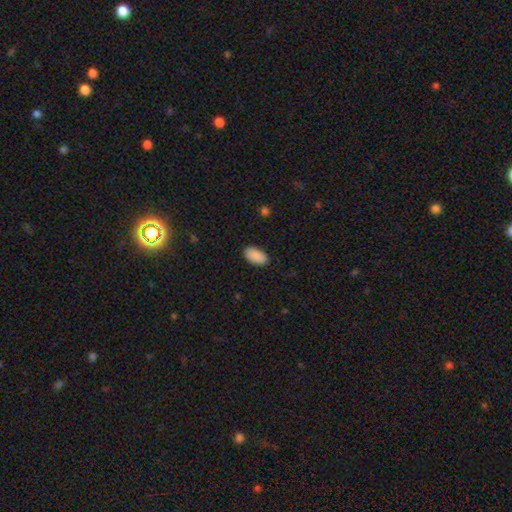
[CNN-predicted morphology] The model was most divided on "merging": none: 88%, minor disturbance: 9%, major disturbance: 2%, merger: 1%. More confident: how rounded — in between (95%); smooth or featured — smooth (91%).